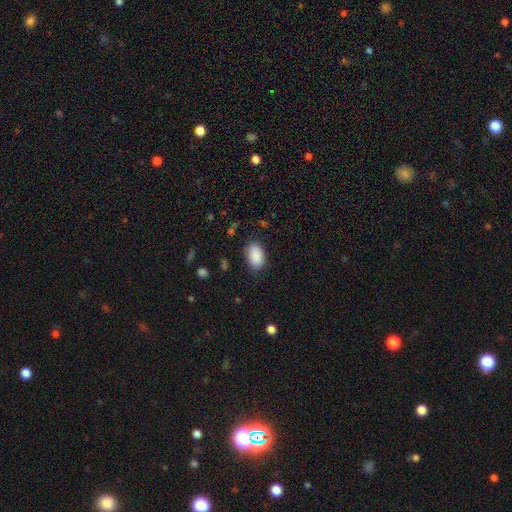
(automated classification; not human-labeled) Overall: smooth (90%). How rounded: in between (92%). Merging: none (83%).